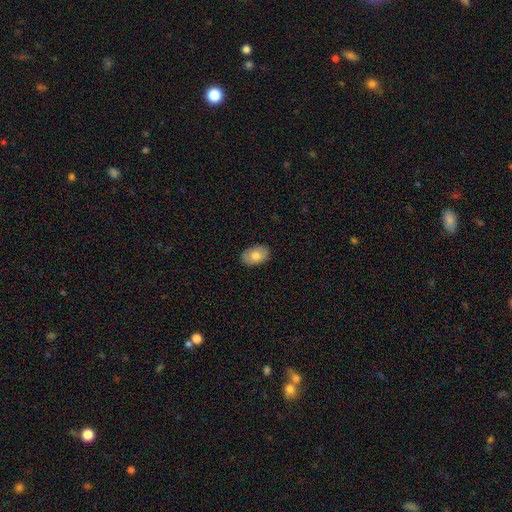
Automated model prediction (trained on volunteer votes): This appears to be a smooth galaxy with no disk features (74%) that is in between round and cigar-shaped (88%). Merging: none (86%).